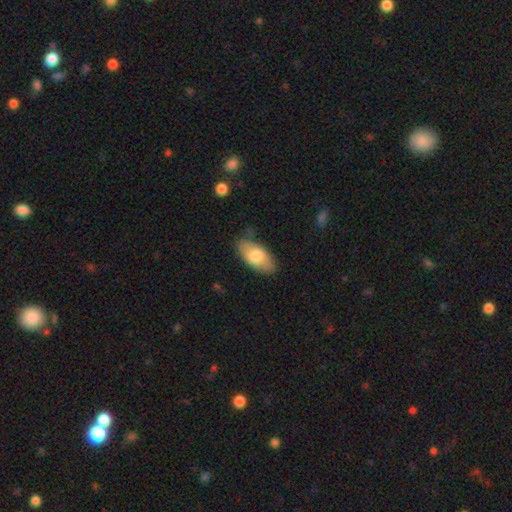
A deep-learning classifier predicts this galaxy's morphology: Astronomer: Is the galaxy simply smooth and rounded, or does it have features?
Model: smooth — 77%.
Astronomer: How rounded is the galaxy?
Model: in between — 93%.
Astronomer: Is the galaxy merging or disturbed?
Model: none — 77%.